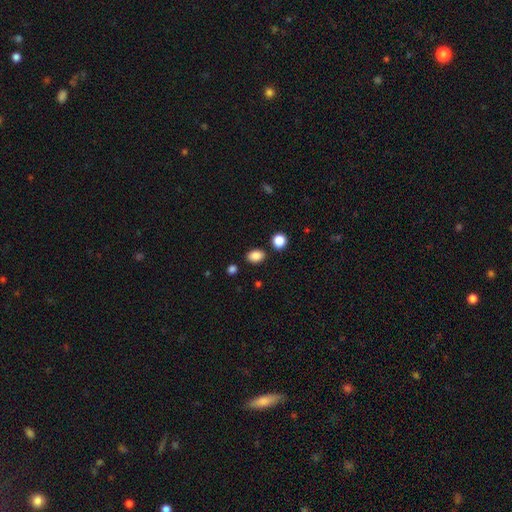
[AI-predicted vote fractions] smooth-or-featured: smooth: 86% | star or artifact: 10% | featured or disk: 4%
  how-rounded: in between: 76% | round: 23% | cigar-shaped: 1%
  merging: none: 84% | minor disturbance: 9% | merger: 4% | major disturbance: 3%